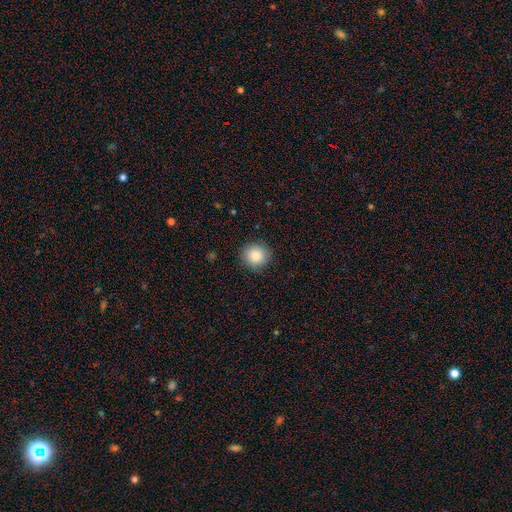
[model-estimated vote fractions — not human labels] smooth-or-featured: smooth: 86% | star or artifact: 8% | featured or disk: 5%
  how-rounded: round: 92% | in between: 7% | cigar-shaped: 1%
  merging: none: 88% | minor disturbance: 8% | major disturbance: 2% | merger: 1%